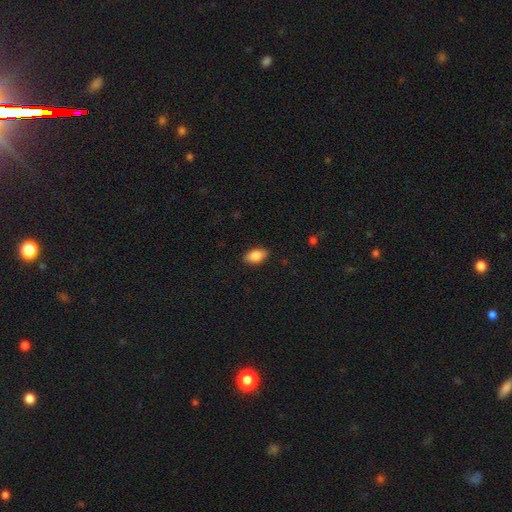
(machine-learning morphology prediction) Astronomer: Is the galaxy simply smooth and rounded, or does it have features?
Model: smooth — 86%.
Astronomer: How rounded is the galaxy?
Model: in between — 92%.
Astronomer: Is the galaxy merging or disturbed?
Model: none — 89%.